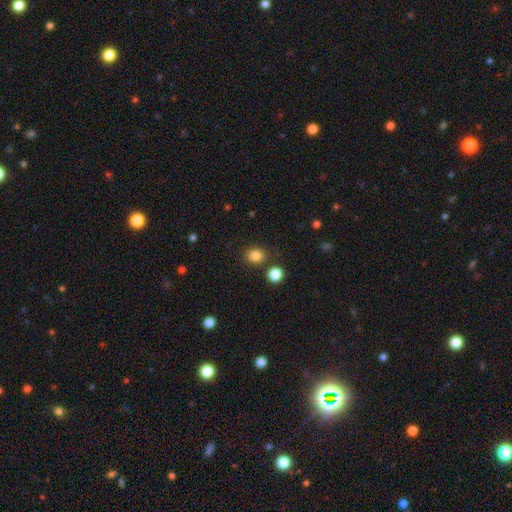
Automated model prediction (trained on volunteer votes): Smooth or featured? Predicted: smooth (p=0.83). How rounded? Predicted: round (p=0.71). Merging? Predicted: none (p=0.83).